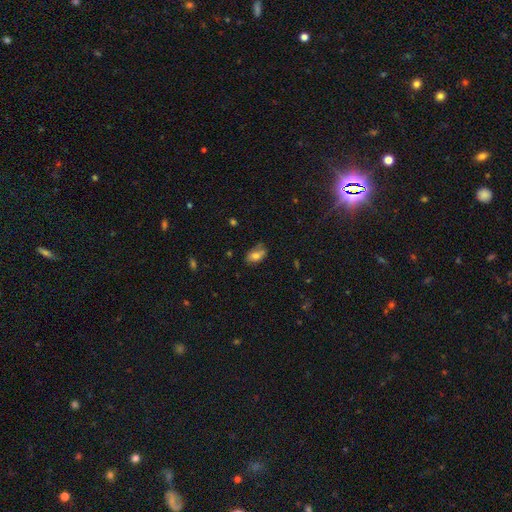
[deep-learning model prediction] smooth-or-featured: smooth: 69% | featured or disk: 19% | star or artifact: 12%
  how-rounded: in between: 87% | round: 10% | cigar-shaped: 4%
  merging: none: 50% | minor disturbance: 29% | merger: 11% | major disturbance: 10%